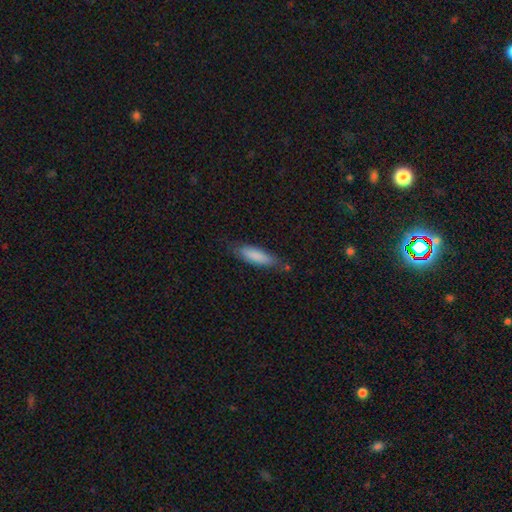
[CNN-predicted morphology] Smooth or featured? smooth (83%)
How rounded? cigar-shaped (56%)
Merging? none (74%)